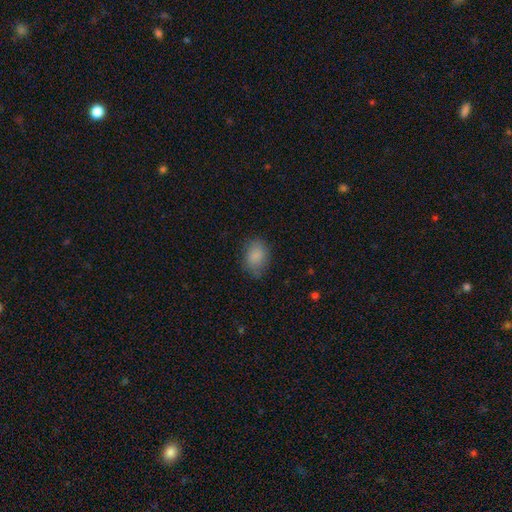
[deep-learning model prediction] Smooth or featured: smooth — 87% (star or artifact — 8%)
How rounded: in between — 74% (round — 25%)
Merging: none — 75% (minor disturbance — 19%)